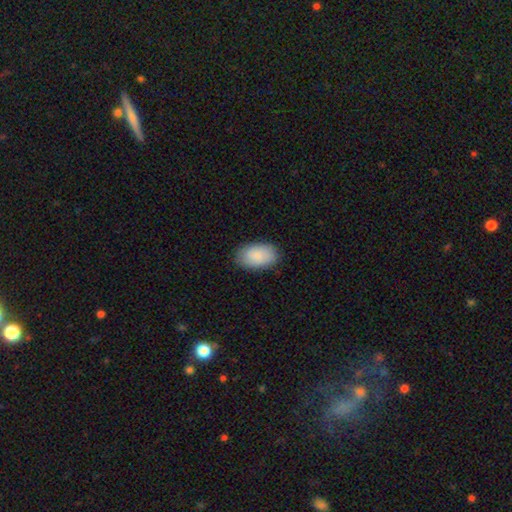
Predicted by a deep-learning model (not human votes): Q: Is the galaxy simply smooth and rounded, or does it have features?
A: smooth — 85%.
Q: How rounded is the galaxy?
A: in between — 93%.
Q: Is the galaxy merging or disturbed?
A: none — 85%.